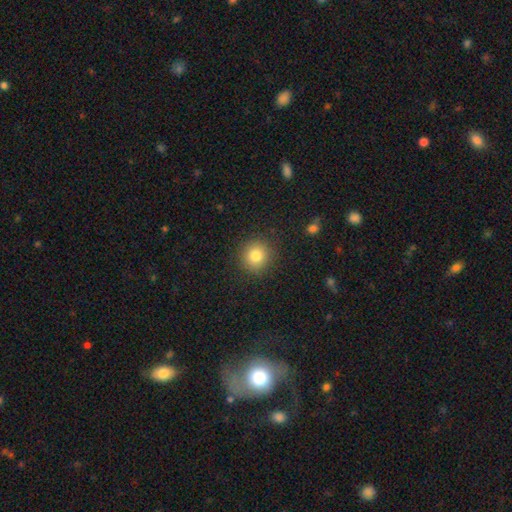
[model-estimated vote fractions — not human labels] A smooth galaxy with no disk features (82%) that is round (91%). Merging: none (89%).